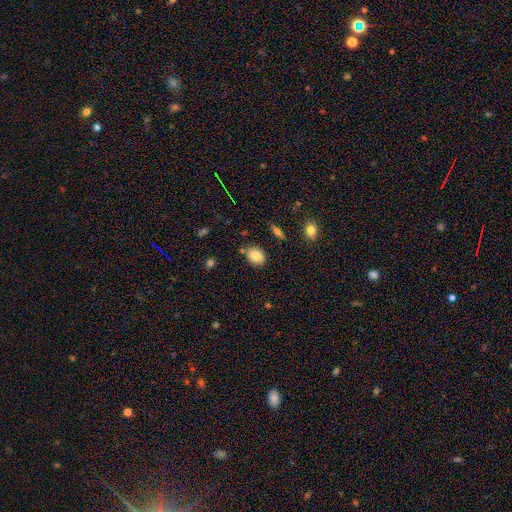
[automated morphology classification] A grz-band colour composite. It shows a smooth galaxy with no disk features (82%) that is in between round and cigar-shaped (64%). Merging: none (80%).